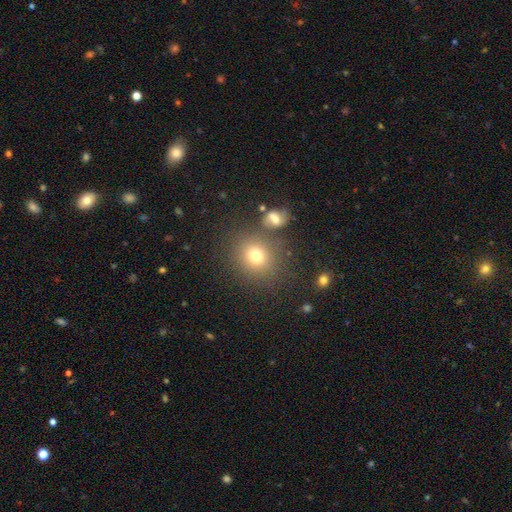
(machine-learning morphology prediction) This is likely a smooth galaxy (75%). How rounded: likely round (75%). Merging: likely none (76%).